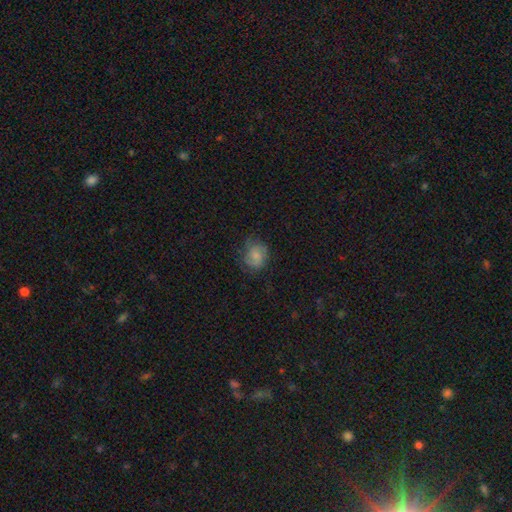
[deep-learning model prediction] Smooth or featured? Predicted: smooth (p=0.64). How rounded? Predicted: round (p=0.67). Merging? Predicted: none (p=0.63).